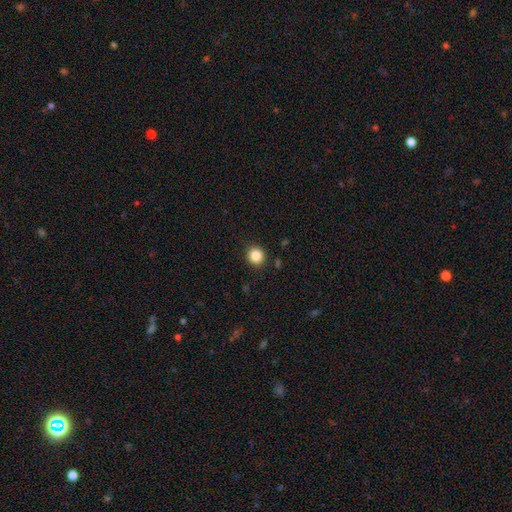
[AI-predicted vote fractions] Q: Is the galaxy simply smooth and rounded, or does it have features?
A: smooth — 85%.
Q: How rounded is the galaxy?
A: round — 92%.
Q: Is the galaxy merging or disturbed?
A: none — 91%.